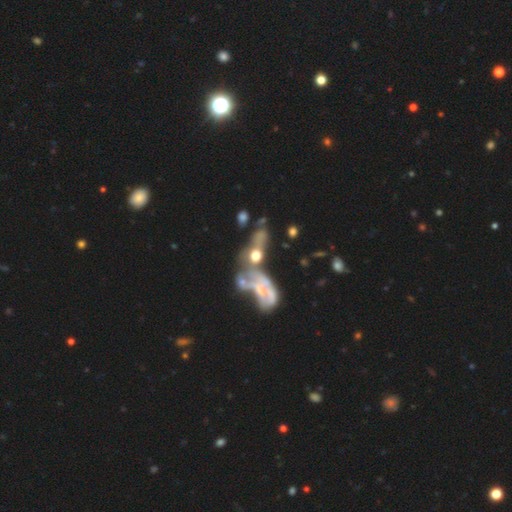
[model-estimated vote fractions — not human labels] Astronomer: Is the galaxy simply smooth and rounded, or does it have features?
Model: featured or disk — 51% (runner-up: smooth, 32%).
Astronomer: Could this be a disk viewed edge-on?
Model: no — 89%.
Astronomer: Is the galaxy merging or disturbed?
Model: merger — 56%.